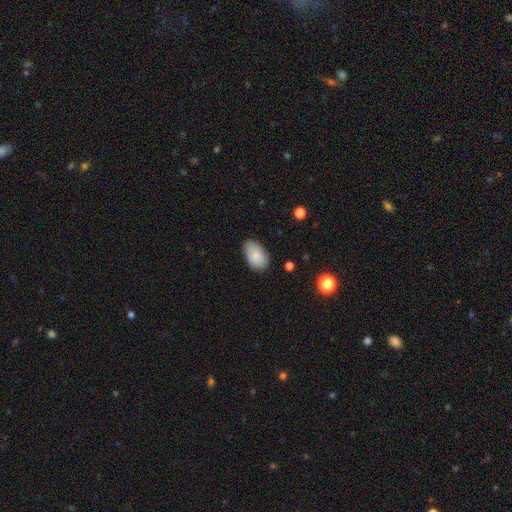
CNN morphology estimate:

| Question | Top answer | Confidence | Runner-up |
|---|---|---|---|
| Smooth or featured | smooth | 84% | featured or disk (9%) |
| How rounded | in between | 92% | round (7%) |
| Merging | none | 73% | minor disturbance (22%) |